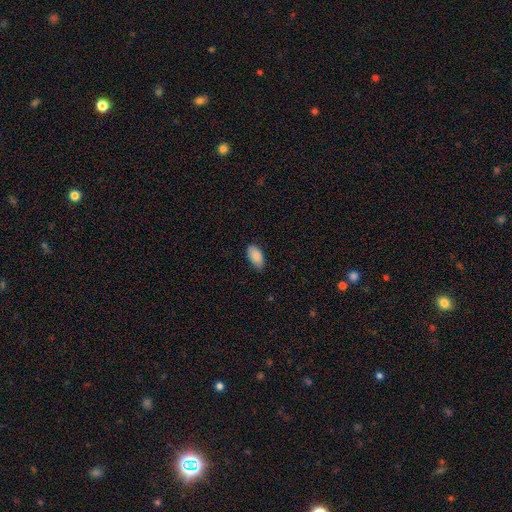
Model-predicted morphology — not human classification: Smooth or featured? Predicted: smooth (p=0.89). How rounded? Predicted: in between (p=0.94). Merging? Predicted: none (p=0.81).